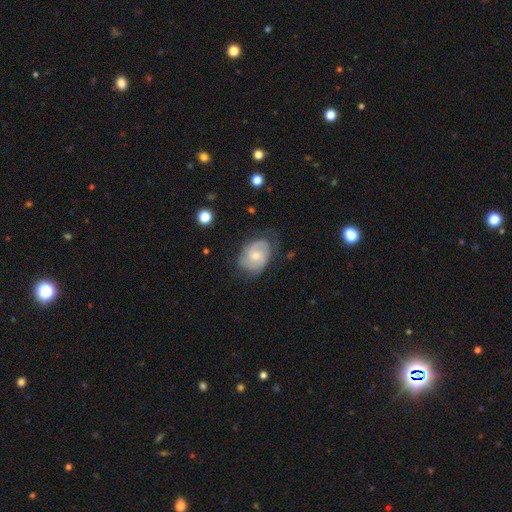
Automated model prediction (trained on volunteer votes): A featured or disk galaxy (66%) with no bar (61%), 2 (59%) tight (44%) spiral arms (87%) and a small central bulge (48%).

Vote fractions:
- Smooth or featured? featured or disk: 66% / smooth: 28% / star or artifact: 6%
- Edge-on disk? no: 97% / yes: 3%
- Bar? no: 61% / weak: 35% / strong: 5%
- Spiral arms? yes: 87% / no: 13%
- Spiral winding? tight: 44% / medium: 42% / loose: 14%
- Spiral arm count? 2: 59% / can't tell: 23% / 3: 10% / 1: 4% / 4: 2% / more than 4: 2%
- Bulge size? small: 48% / moderate: 47% / none: 2% / large: 2% / dominant: 1%
- Merging? none: 61% / minor disturbance: 27% / major disturbance: 10% / merger: 1%